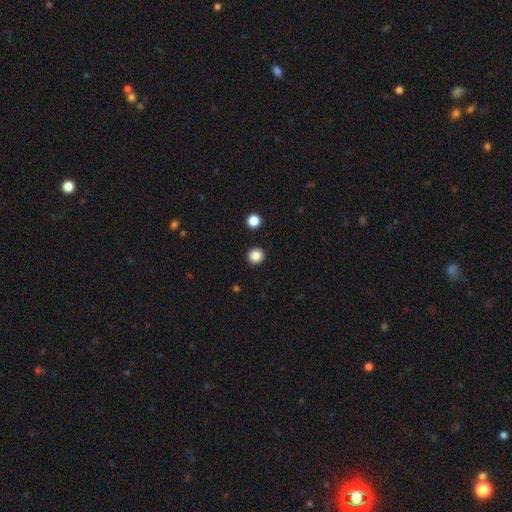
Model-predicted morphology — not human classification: Q: Smooth or featured?
A: smooth (86%); runner-up: star or artifact (11%)
Q: How rounded?
A: round (94%); runner-up: in between (5%)
Q: Merging?
A: none (93%); runner-up: minor disturbance (4%)